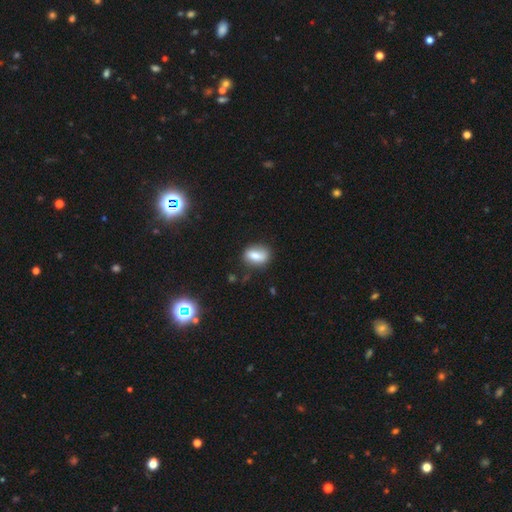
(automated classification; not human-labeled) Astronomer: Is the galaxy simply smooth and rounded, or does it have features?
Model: smooth — 75%.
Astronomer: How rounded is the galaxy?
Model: in between — 77%.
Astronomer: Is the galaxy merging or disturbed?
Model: none — 69%.